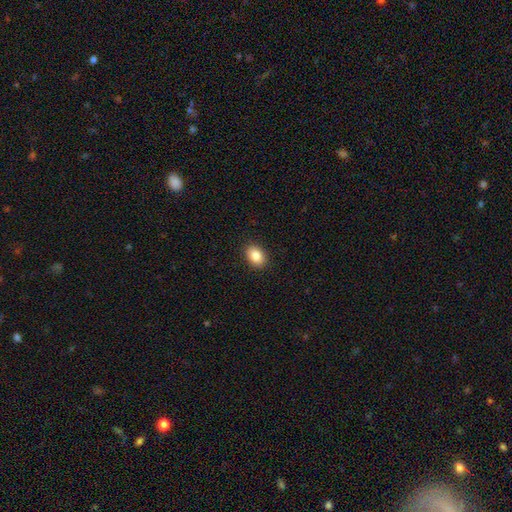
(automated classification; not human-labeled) Overall: smooth (86%). How rounded: in between (75%). Merging: none (90%).